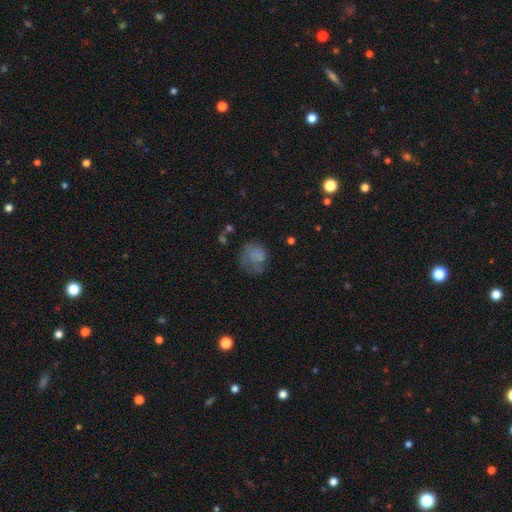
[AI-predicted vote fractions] Q: Smooth or featured?
A: smooth (63%); runner-up: featured or disk (25%)
Q: How rounded?
A: round (67%); runner-up: in between (32%)
Q: Merging?
A: none (36%); runner-up: major disturbance (33%)